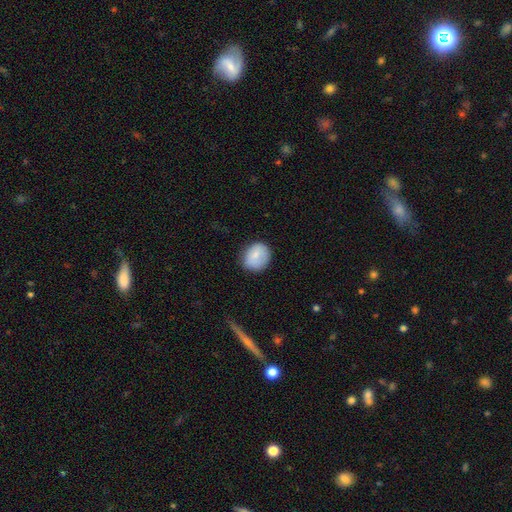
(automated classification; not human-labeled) smooth-or-featured: smooth: 81% | featured or disk: 11% | star or artifact: 7%
  how-rounded: round: 67% | in between: 32% | cigar-shaped: 1%
  merging: none: 76% | minor disturbance: 19% | major disturbance: 4% | merger: 1%